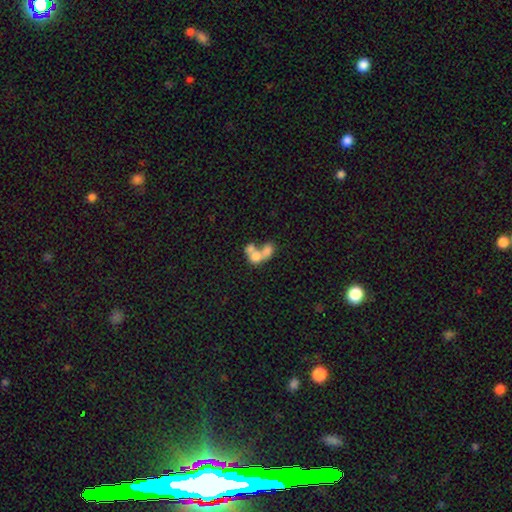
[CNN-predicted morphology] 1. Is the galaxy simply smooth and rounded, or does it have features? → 62% smooth, 27% featured or disk, 11% star or artifact.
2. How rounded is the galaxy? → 53% in between, 45% round, 2% cigar-shaped.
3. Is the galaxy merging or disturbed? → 73% merger, 15% none, 6% major disturbance, 5% minor disturbance.